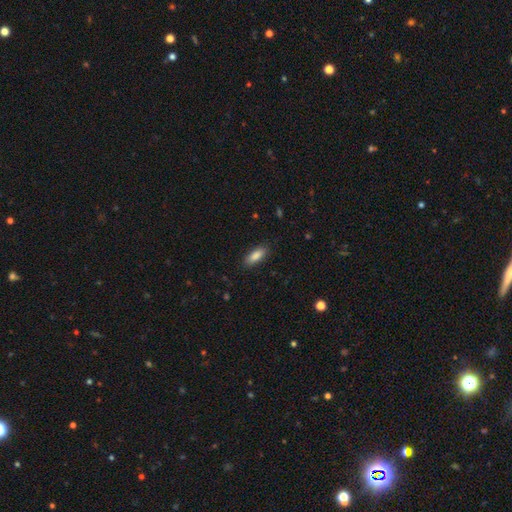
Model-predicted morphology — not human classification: smooth 86%, featured or disk 7%, star or artifact 7%. Down the decision tree: how rounded — in between (76%); merging — none (86%).